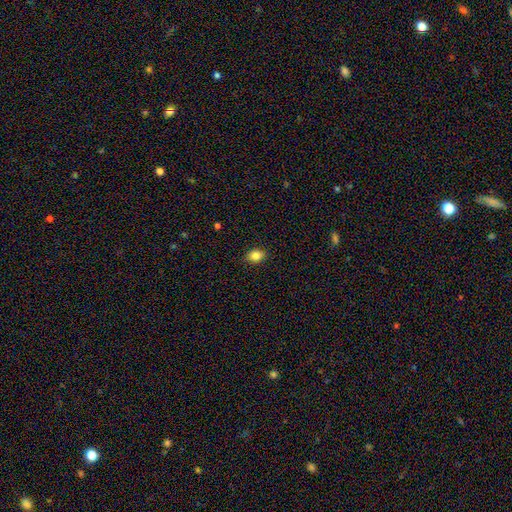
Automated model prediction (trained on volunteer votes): A smooth galaxy with no disk features (83%) that is in between round and cigar-shaped (67%).

Vote fractions:
- Smooth or featured? smooth: 83% / star or artifact: 10% / featured or disk: 7%
- How rounded? in between: 67% / round: 32% / cigar-shaped: 1%
- Merging? none: 87% / minor disturbance: 10% / major disturbance: 2% / merger: 1%